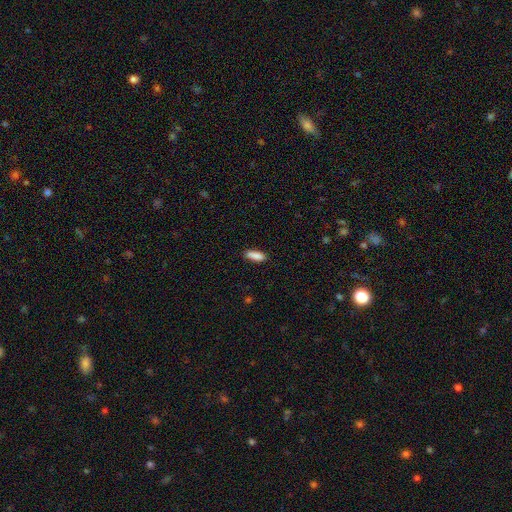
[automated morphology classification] smooth 88%, star or artifact 7%, featured or disk 5%. Down the decision tree: how rounded — in between (58%); merging — none (86%).